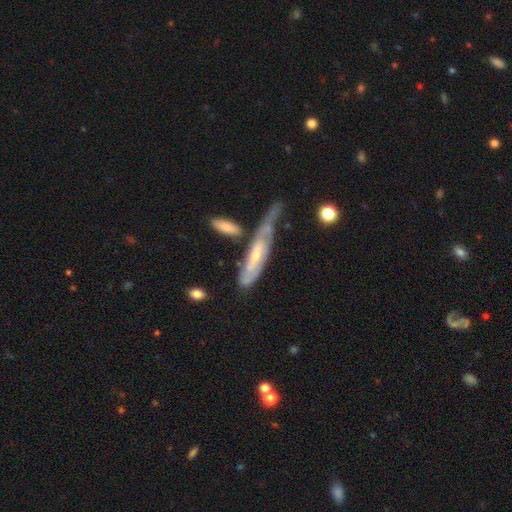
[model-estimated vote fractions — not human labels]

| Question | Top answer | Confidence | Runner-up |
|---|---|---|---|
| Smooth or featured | featured or disk | 64% | smooth (30%) |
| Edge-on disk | no | 63% | yes (37%) |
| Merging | none | 30% | merger (24%) |